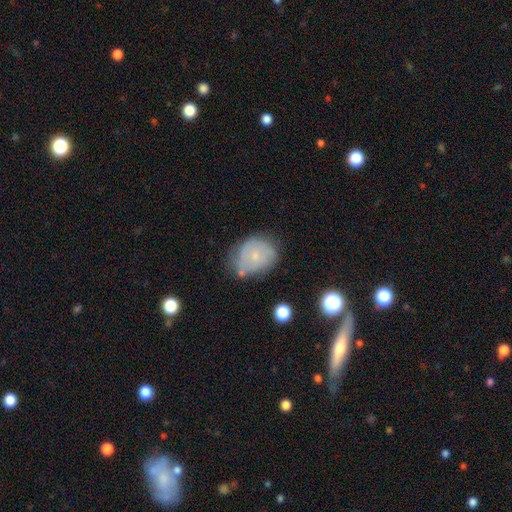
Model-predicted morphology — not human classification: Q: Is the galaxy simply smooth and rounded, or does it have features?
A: smooth — 56%.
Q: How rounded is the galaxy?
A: in between — 51%.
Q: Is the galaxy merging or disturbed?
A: none — 50%.